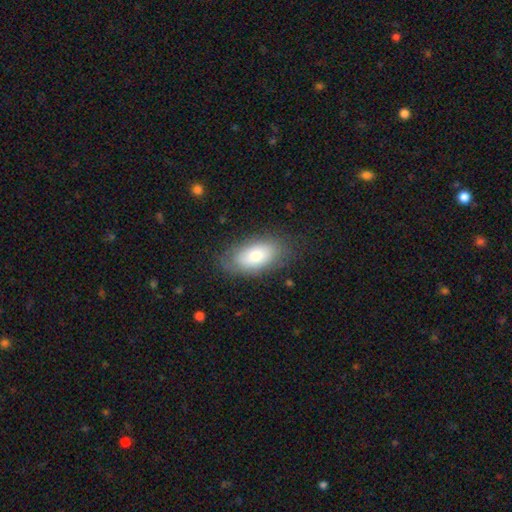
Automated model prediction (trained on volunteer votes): Overall: smooth (71%). How rounded: in between (92%). Merging: none (76%).